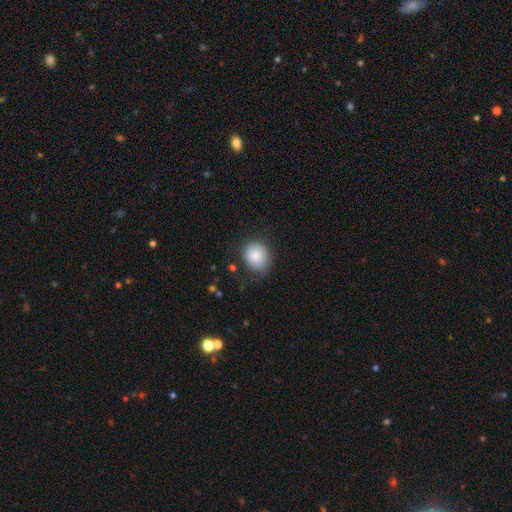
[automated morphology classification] This is likely a smooth galaxy (75%). How rounded: likely round (71%). Merging: likely none (62%).